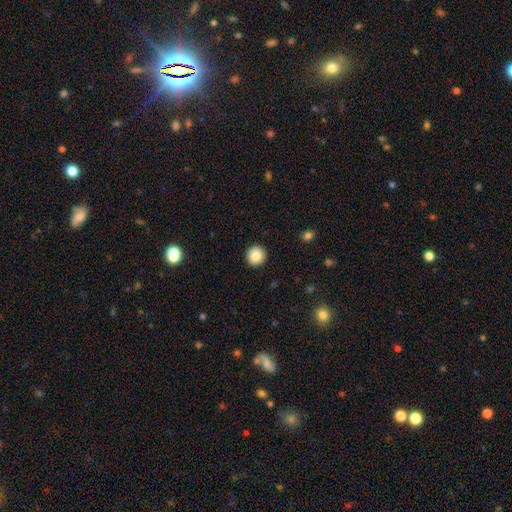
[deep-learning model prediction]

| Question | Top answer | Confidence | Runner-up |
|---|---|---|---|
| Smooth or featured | smooth | 86% | star or artifact (9%) |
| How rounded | round | 94% | in between (5%) |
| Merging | none | 92% | minor disturbance (5%) |